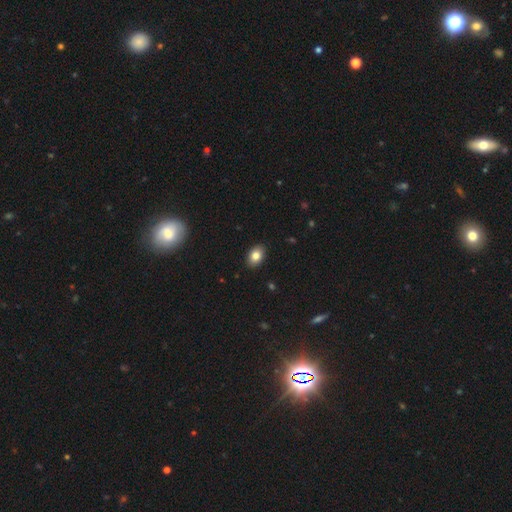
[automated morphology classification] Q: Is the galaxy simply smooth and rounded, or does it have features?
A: smooth — 83%.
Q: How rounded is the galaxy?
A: in between — 85%.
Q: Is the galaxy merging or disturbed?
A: none — 90%.